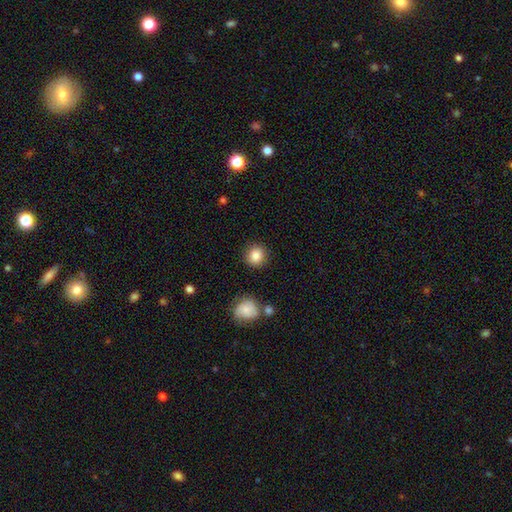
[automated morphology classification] smooth 86%, star or artifact 9%, featured or disk 5%. Down the decision tree: how rounded — round (90%); merging — none (88%).